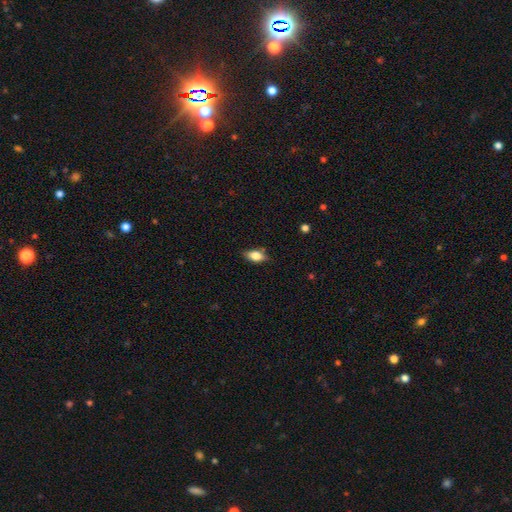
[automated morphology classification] smooth 76%, featured or disk 16%, star or artifact 8%. Down the decision tree: how rounded — in between (84%); merging — none (78%).